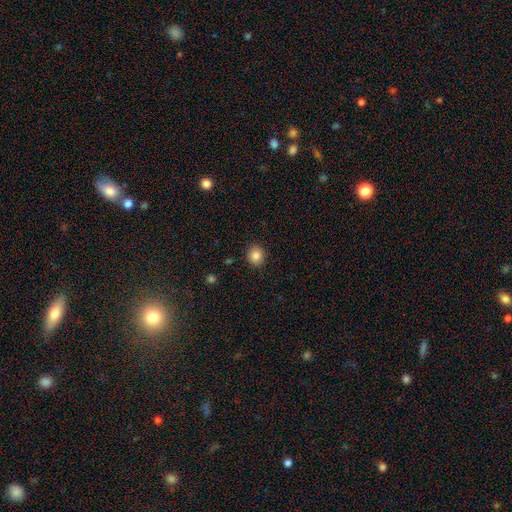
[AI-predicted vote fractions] Smooth or featured? smooth (85%)
How rounded? round (80%)
Merging? none (90%)